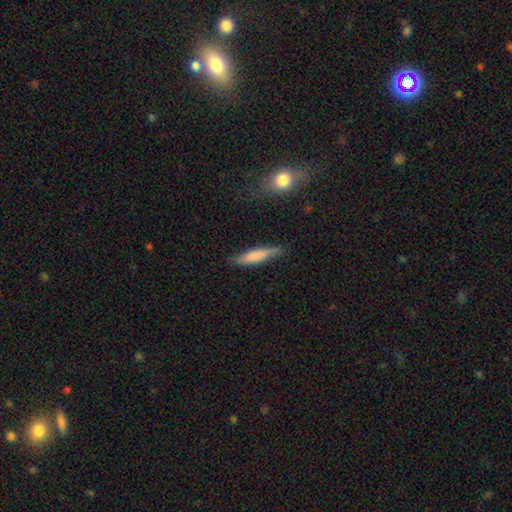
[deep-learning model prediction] Overall: smooth (72%). How rounded: cigar-shaped (86%). Merging: none (78%).